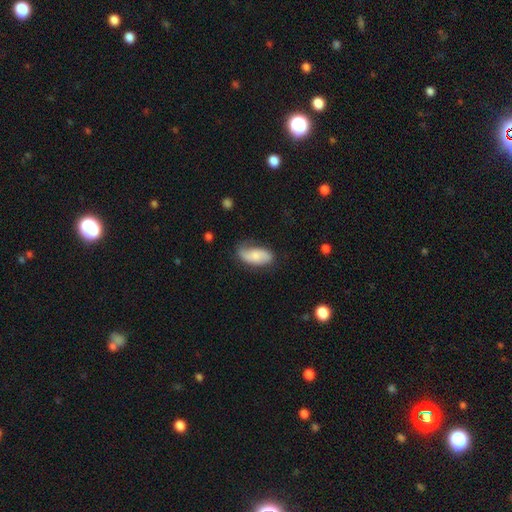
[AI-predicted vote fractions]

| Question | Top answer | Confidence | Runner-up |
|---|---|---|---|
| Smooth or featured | smooth | 59% | featured or disk (35%) |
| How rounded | in between | 91% | cigar-shaped (6%) |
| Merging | none | 61% | minor disturbance (28%) |